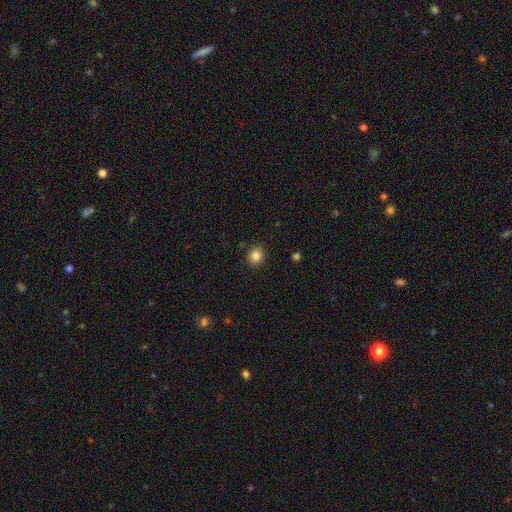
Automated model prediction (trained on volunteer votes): This appears to be a smooth galaxy with no disk features (85%) that is round (81%). Merging: none (89%).